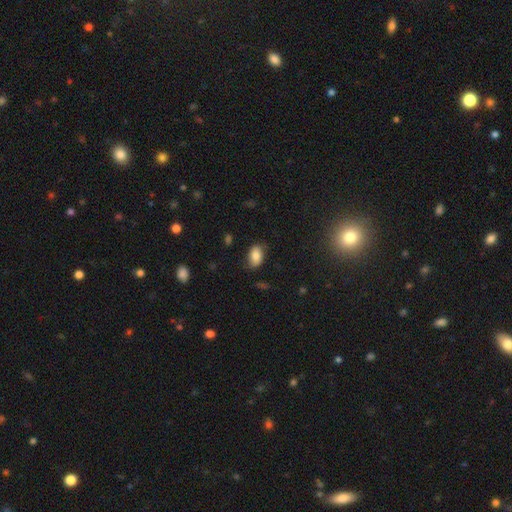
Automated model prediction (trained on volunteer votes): A smooth galaxy with no disk features (79%) that is in between round and cigar-shaped (89%).

Vote fractions:
- Smooth or featured? smooth: 79% / featured or disk: 12% / star or artifact: 8%
- How rounded? in between: 89% / round: 10% / cigar-shaped: 1%
- Merging? none: 74% / minor disturbance: 20% / major disturbance: 5% / merger: 1%